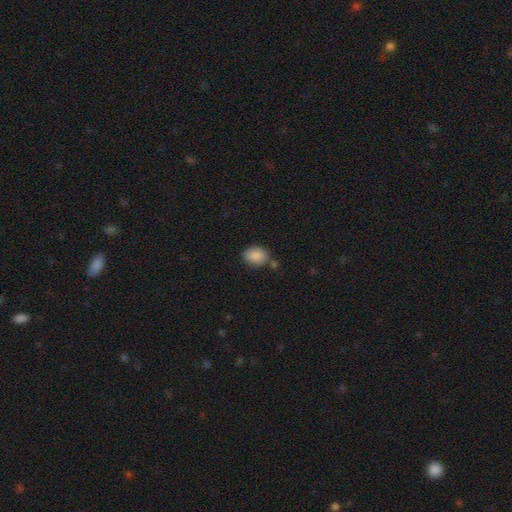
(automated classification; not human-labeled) smooth 88%, star or artifact 8%, featured or disk 4%. Down the decision tree: how rounded — in between (74%); merging — none (70%).